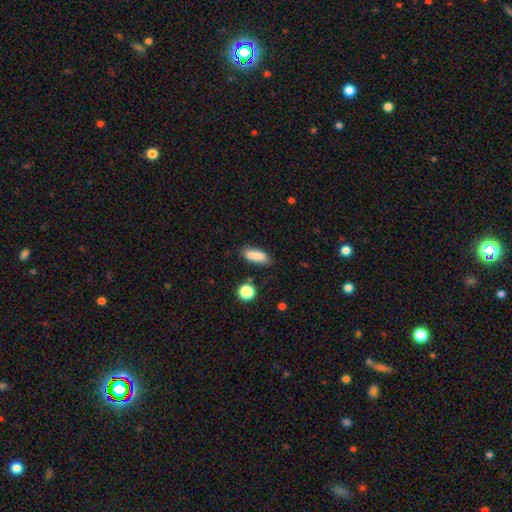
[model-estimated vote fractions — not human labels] Smooth or featured: smooth — 84% (star or artifact — 8%)
How rounded: in between — 56% (cigar-shaped — 41%)
Merging: none — 78% (minor disturbance — 14%)